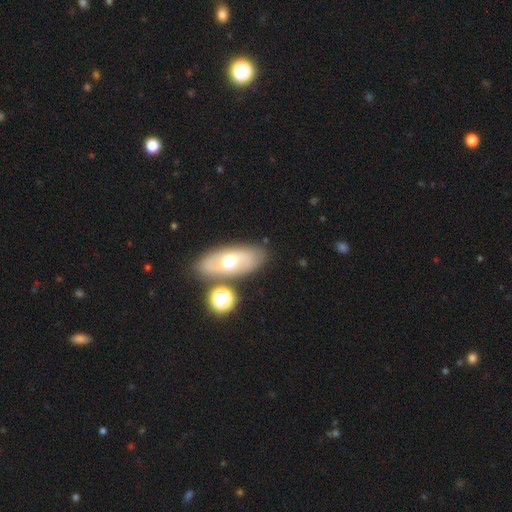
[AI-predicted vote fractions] smooth-or-featured: featured or disk: 46% | smooth: 45% | star or artifact: 9%
  merging: none: 78% | minor disturbance: 11% | merger: 7% | major disturbance: 4%